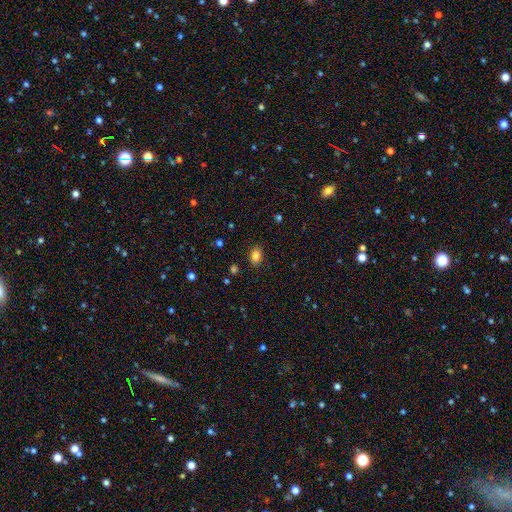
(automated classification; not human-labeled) Overall: smooth (83%). How rounded: in between (75%). Merging: none (88%).